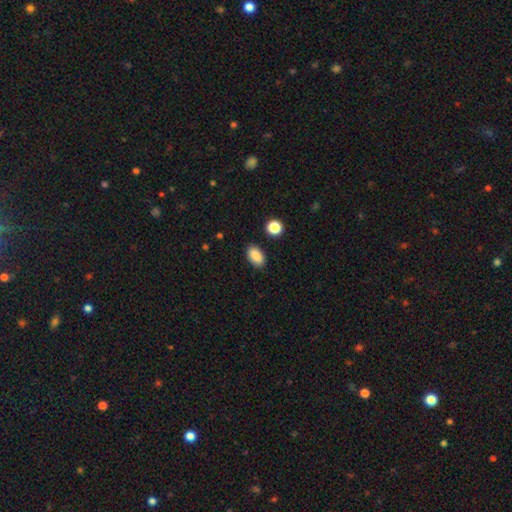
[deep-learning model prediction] This is clearly a smooth galaxy (88%). How rounded: clearly in between (91%). Merging: clearly none (87%).